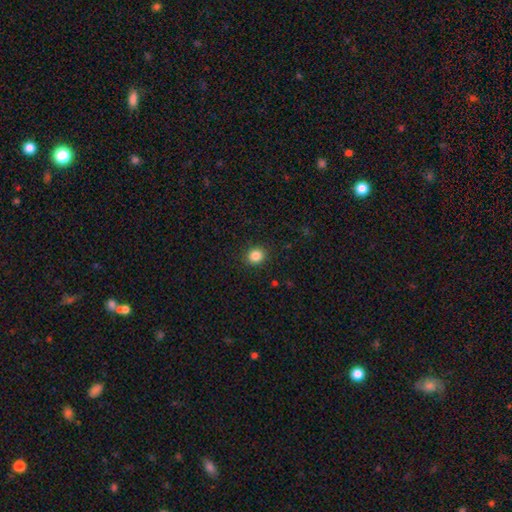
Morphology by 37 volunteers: A smooth galaxy with no disk features (92%) that is round (91%). Merging: none (86%).